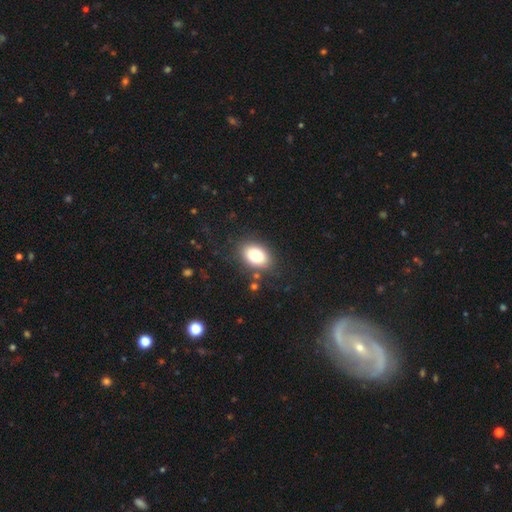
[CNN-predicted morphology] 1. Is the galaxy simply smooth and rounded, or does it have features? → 80% smooth, 10% featured or disk, 9% star or artifact.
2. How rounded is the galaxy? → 80% in between, 19% round, 1% cigar-shaped.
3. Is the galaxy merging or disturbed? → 82% none, 11% minor disturbance, 4% major disturbance, 2% merger.